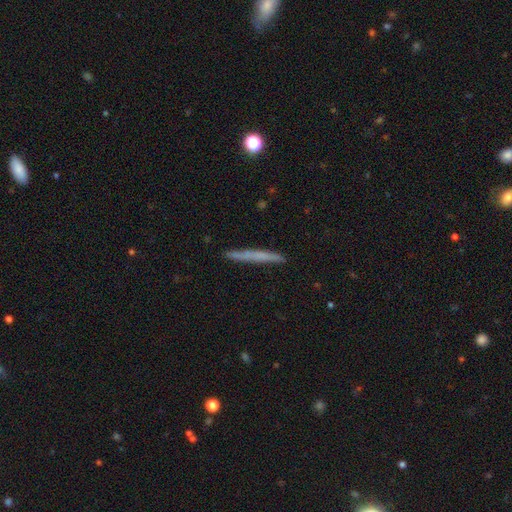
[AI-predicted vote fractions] smooth_or_featured: smooth (p=0.55) [alt: featured or disk p=0.38]
how_rounded: cigar-shaped (p=0.97) [alt: in between p=0.02]
merging: none (p=0.90) [alt: minor disturbance p=0.08]